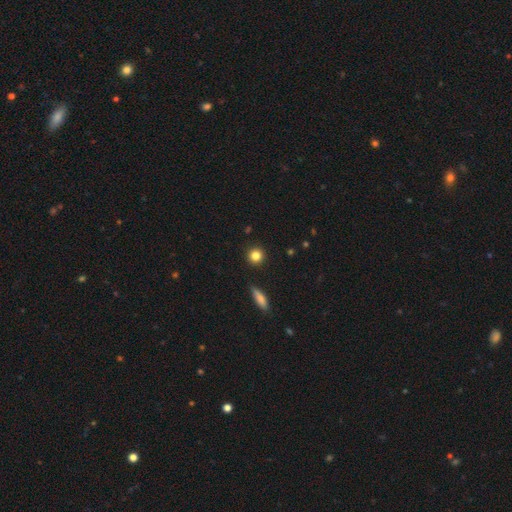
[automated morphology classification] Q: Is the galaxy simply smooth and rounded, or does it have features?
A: smooth — 83%.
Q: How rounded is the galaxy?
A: round — 92%.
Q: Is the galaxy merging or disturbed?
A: none — 91%.